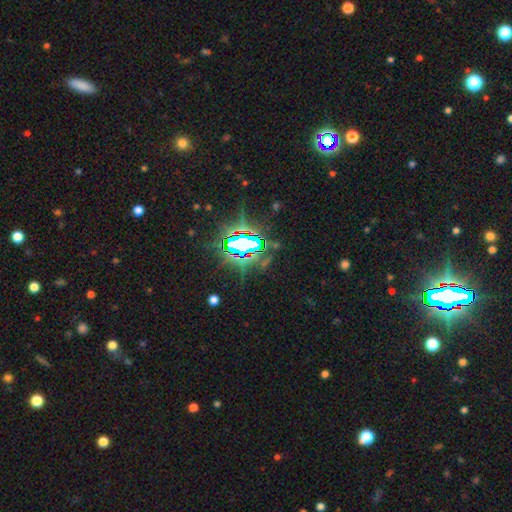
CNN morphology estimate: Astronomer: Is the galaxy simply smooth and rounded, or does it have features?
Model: star or artifact — 85%.